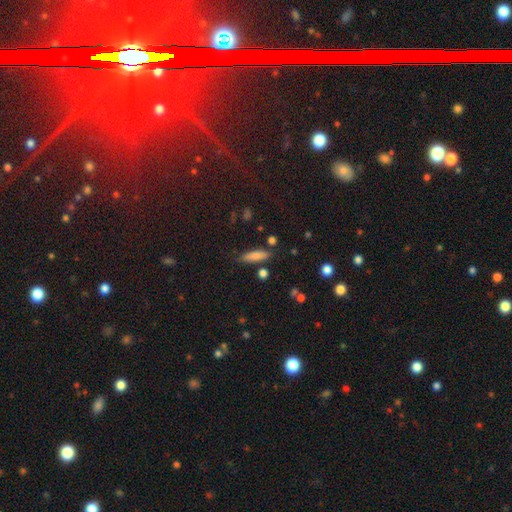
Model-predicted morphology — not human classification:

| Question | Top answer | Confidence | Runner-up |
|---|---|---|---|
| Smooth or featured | smooth | 79% | featured or disk (13%) |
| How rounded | cigar-shaped | 66% | in between (32%) |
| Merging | none | 78% | minor disturbance (14%) |